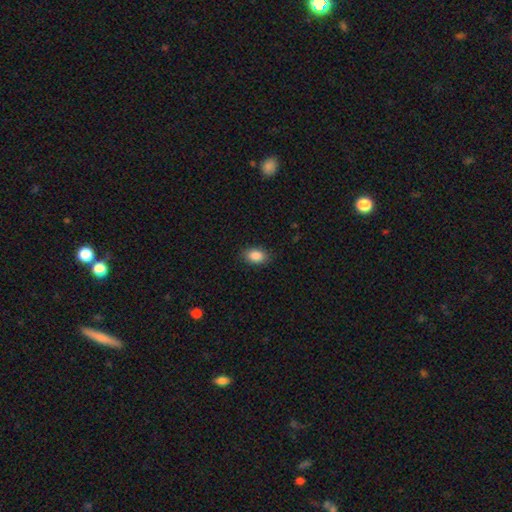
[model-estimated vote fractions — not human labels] Morphology: type=smooth (88%); roundness=in between (86%); merging=none (88%).